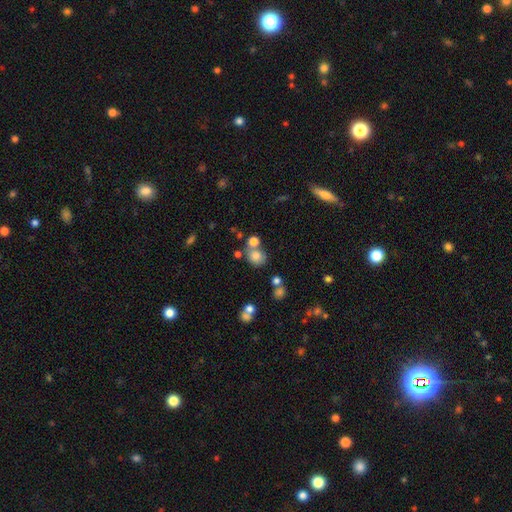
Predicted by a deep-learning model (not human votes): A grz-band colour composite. It shows a smooth galaxy with no disk features (77%) that is round (75%). Merging: none (56%).